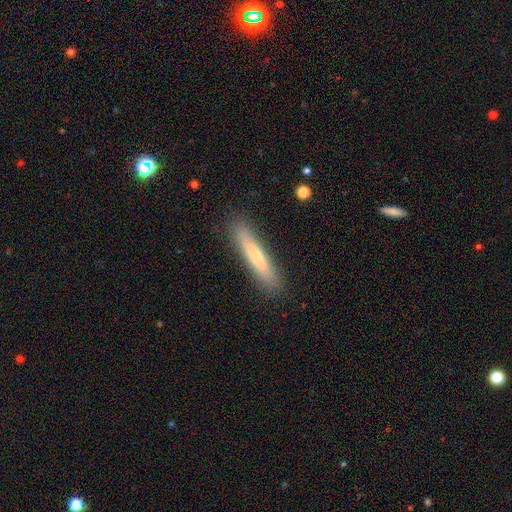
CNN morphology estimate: smooth-or-featured: smooth: 70% | featured or disk: 24% | star or artifact: 7%
  how-rounded: cigar-shaped: 90% | in between: 8% | round: 1%
  merging: none: 88% | minor disturbance: 9% | major disturbance: 2% | merger: 1%